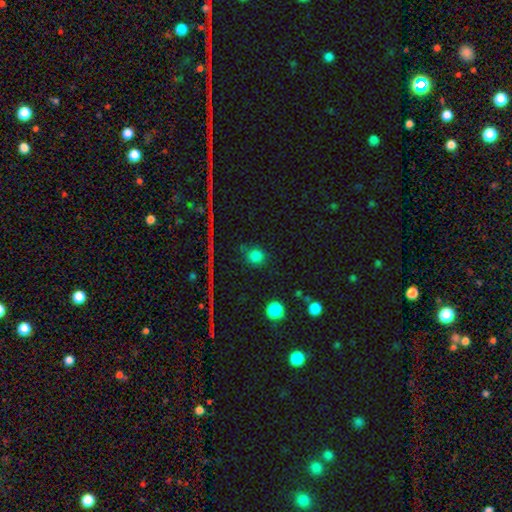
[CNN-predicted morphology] A smooth galaxy with no disk features (75%) that is round (83%).

Vote fractions:
- Smooth or featured? smooth: 75% / star or artifact: 20% / featured or disk: 5%
- How rounded? round: 83% / in between: 15% / cigar-shaped: 2%
- Merging? none: 83% / minor disturbance: 11% / major disturbance: 4% / merger: 3%